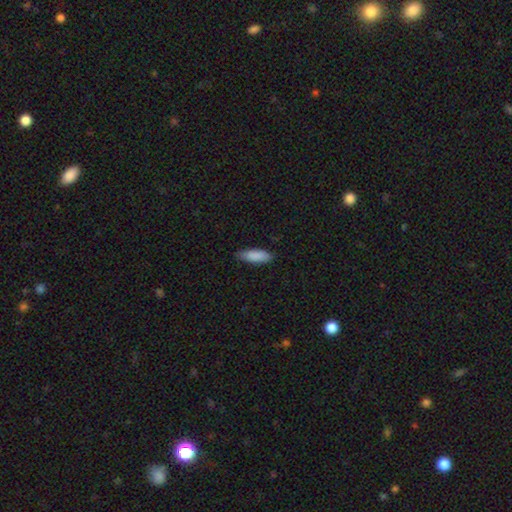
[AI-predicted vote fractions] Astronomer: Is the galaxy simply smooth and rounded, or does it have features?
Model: smooth — 88%.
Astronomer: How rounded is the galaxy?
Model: in between — 62%.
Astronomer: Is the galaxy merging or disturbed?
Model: none — 82%.